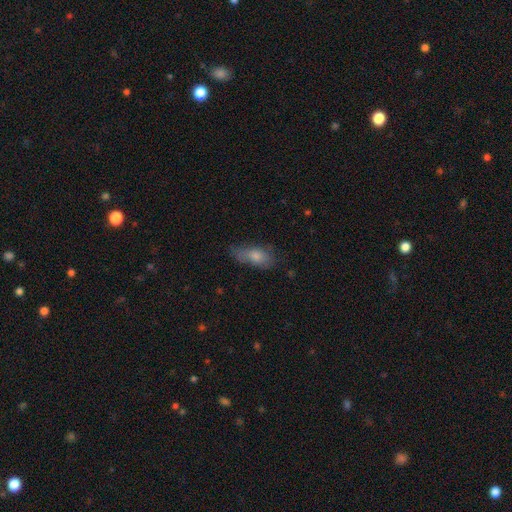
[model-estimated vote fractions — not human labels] Overall: smooth (69%). How rounded: in between (68%). Merging: none (61%; minor disturbance 28%).